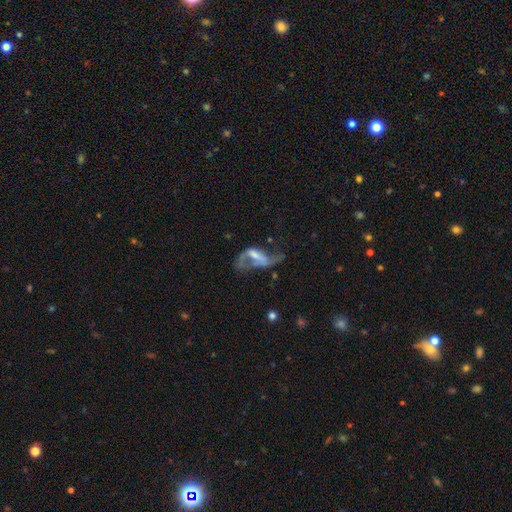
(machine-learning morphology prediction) smooth-or-featured: featured or disk: 70% | smooth: 19% | star or artifact: 11%
  disk-edge-on: no: 93% | yes: 7%
    bar: no: 37% (tied) | weak: 37% (tied) | strong: 26%
    has-spiral-arms: yes: 64% | no: 36%
    bulge-size: small: 33% | none: 29% | moderate: 29% | large: 8% | dominant: 2%
  merging: major disturbance: 45% | none: 29% | minor disturbance: 15% | merger: 11%